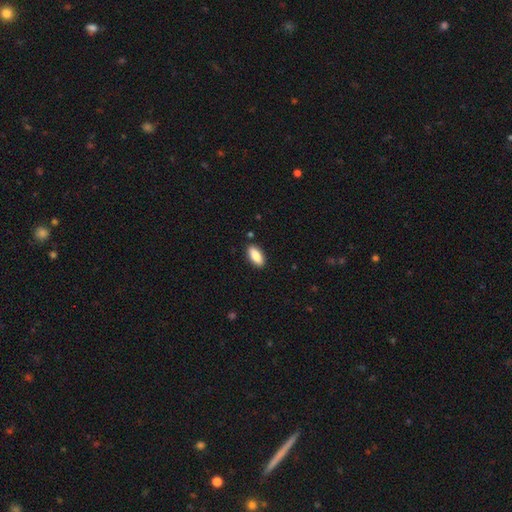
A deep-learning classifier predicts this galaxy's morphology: smooth 85%, featured or disk 9%, star or artifact 6%. Down the decision tree: how rounded — in between (83%); merging — none (88%).